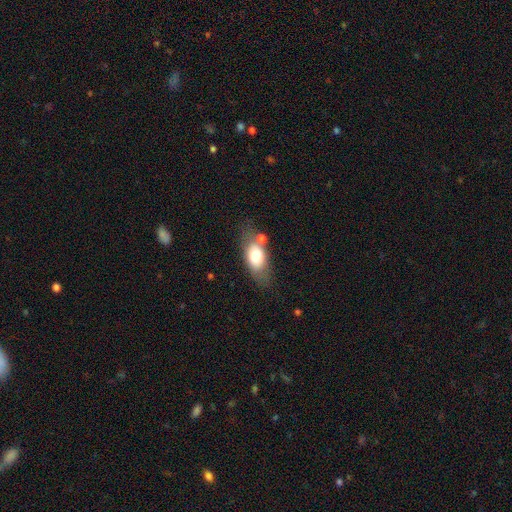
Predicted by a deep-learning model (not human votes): Morphology: type=smooth (70%); roundness=in between (85%); merging=none (61%).